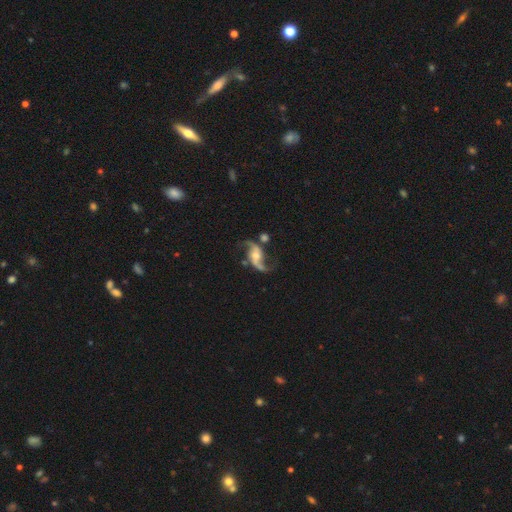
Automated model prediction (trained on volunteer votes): A featured or disk galaxy (88%) with no bar (50%), 2 (93%) loose (80%) spiral arms (96%) and a moderate central bulge (47%).

Vote fractions:
- Smooth or featured? featured or disk: 88% / smooth: 6% / star or artifact: 6%
- Edge-on disk? no: 96% / yes: 4%
- Bar? no: 50% / weak: 33% / strong: 17%
- Spiral arms? yes: 96% / no: 4%
- Spiral winding? loose: 80% / medium: 16% / tight: 4%
- Spiral arm count? 2: 93% / 1: 2% / can't tell: 2% / 3: 1% / 4: 1% / more than 4: 1%
- Bulge size? moderate: 47% / small: 40% / large: 6% / none: 5% / dominant: 2%
- Merging? none: 66% / minor disturbance: 15% / major disturbance: 10% / merger: 9%